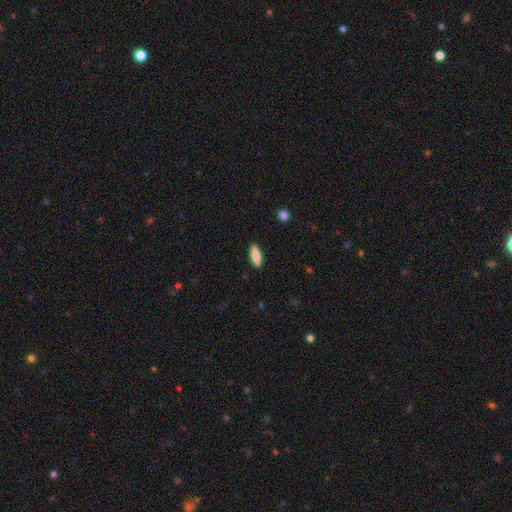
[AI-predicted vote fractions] Smooth or featured?
  - smooth: 82% *
  - featured or disk: 12%
  - star or artifact: 6%
How rounded?
  - cigar-shaped: 50% *
  - in between: 48%
  - round: 2%
Merging?
  - none: 90% *
  - minor disturbance: 7%
  - major disturbance: 2%
  - merger: 1%